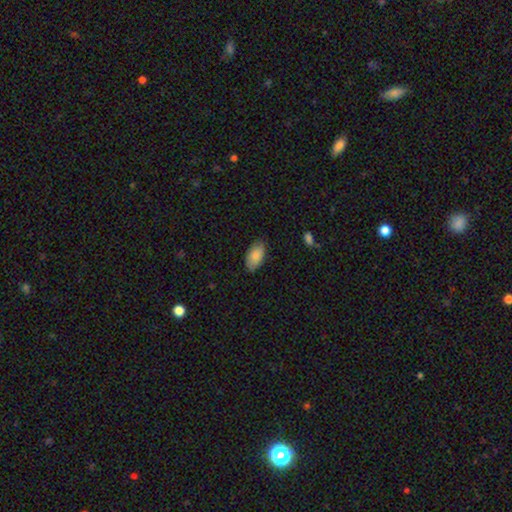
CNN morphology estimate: The model was most divided on "merging": none: 81%, minor disturbance: 15%, major disturbance: 3%, merger: 1%. More confident: how rounded — in between (95%); smooth or featured — smooth (85%).